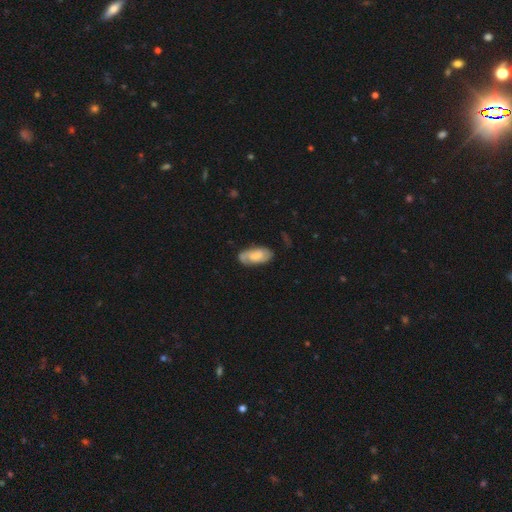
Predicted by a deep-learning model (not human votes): Smooth or featured? Predicted: smooth (p=0.51). How rounded? Predicted: in between (p=0.89). Merging? Predicted: none (p=0.73).